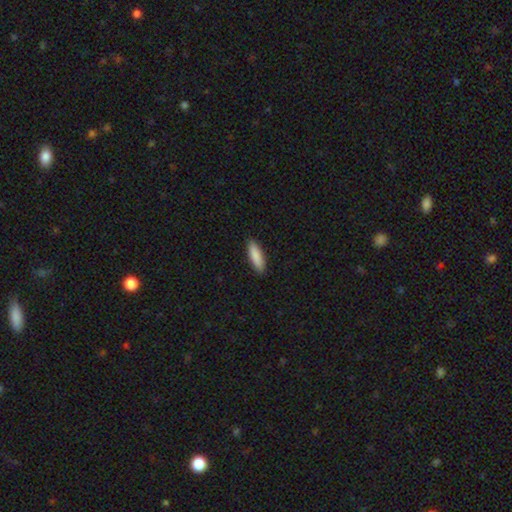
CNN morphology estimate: A smooth galaxy with no disk features (88%) that is cigar-shaped (56%).

Vote fractions:
- Smooth or featured? smooth: 88% / featured or disk: 6% / star or artifact: 5%
- How rounded? cigar-shaped: 56% / in between: 43% / round: 1%
- Merging? none: 90% / minor disturbance: 7% / major disturbance: 2% / merger: 1%